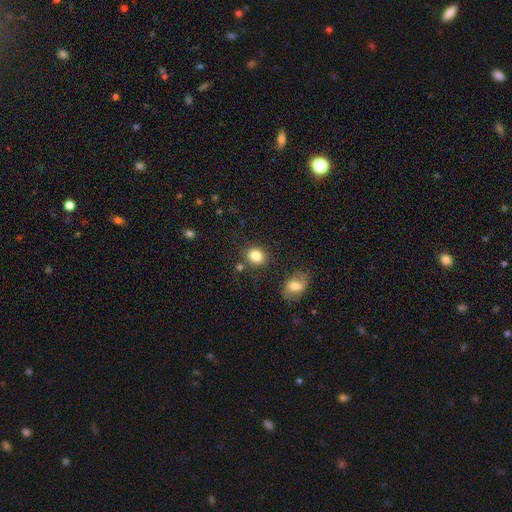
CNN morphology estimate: type=smooth (83%); roundness=round (62%); merging=none (81%).